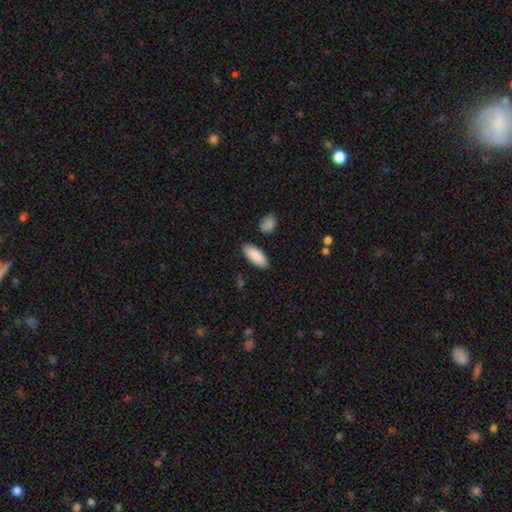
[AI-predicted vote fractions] This appears to be a smooth galaxy with no disk features (89%) that is in between round and cigar-shaped (77%). Merging: none (86%).